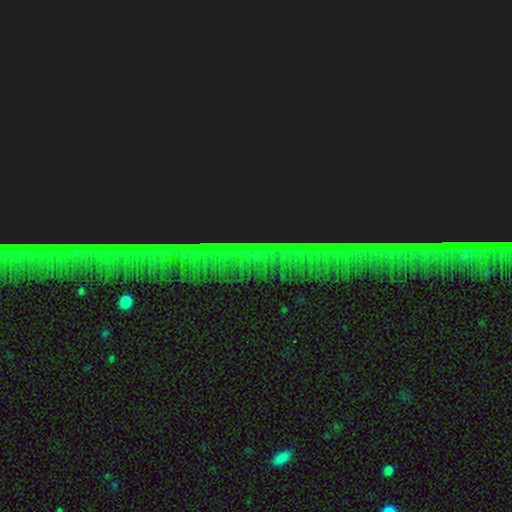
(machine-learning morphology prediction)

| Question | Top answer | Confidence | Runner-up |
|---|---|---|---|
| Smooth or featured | star or artifact | 85% | featured or disk (8%) |